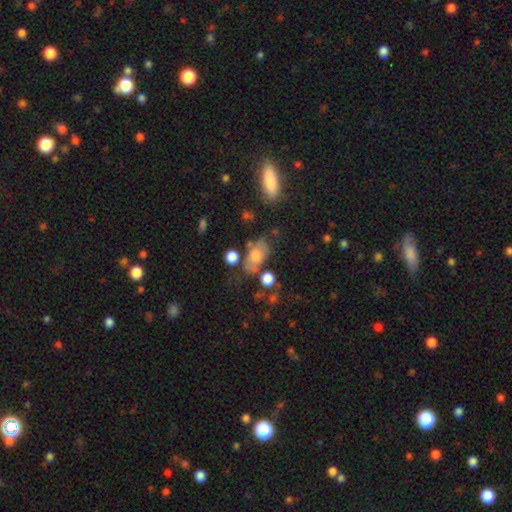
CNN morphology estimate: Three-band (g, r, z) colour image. It shows a smooth galaxy with no disk features (66%) that is in between round and cigar-shaped (84%). Merging: none (55%).